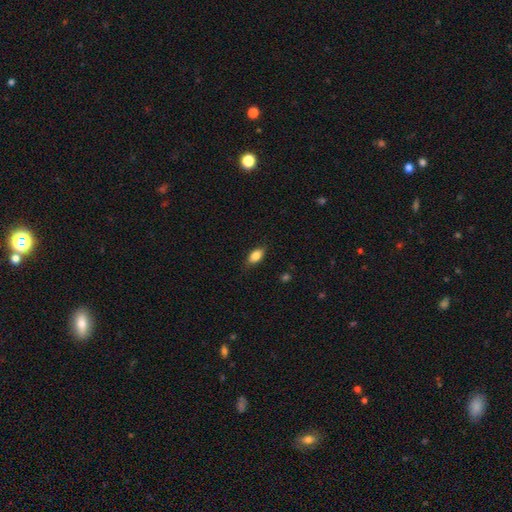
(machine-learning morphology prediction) This appears to be a smooth galaxy with no disk features (84%) that is in between round and cigar-shaped (88%). Merging: none (82%).